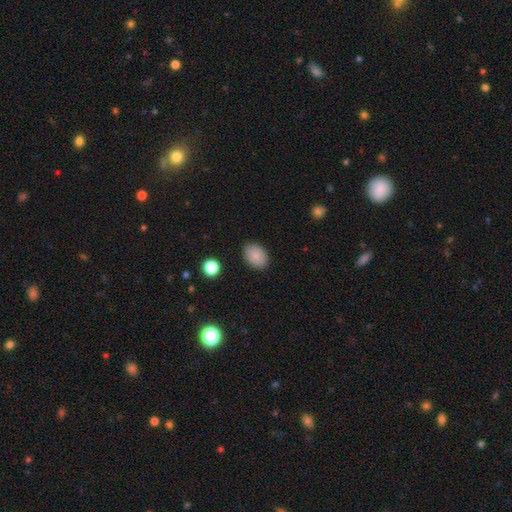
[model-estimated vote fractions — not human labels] A smooth galaxy with no disk features (86%) that is in between round and cigar-shaped (76%). Merging: none (89%).